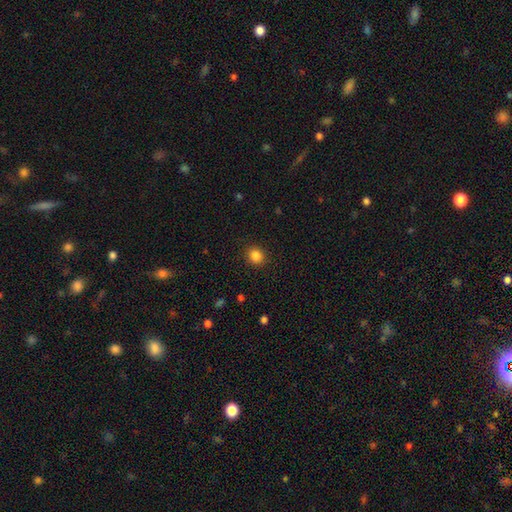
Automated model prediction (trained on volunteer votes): Overall: smooth (85%). How rounded: round (86%). Merging: none (91%).